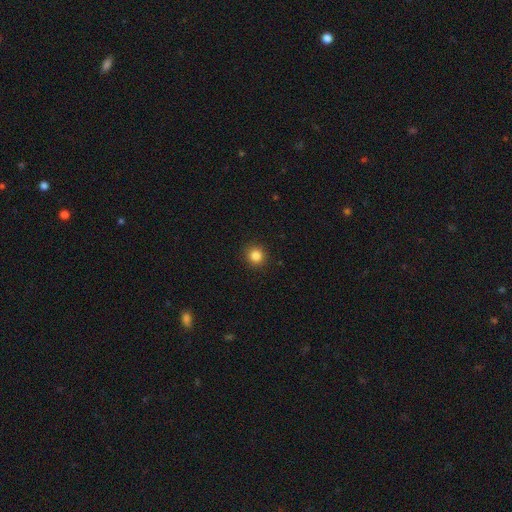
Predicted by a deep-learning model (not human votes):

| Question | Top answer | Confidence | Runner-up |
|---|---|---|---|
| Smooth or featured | smooth | 85% | star or artifact (11%) |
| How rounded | round | 92% | in between (7%) |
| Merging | none | 91% | minor disturbance (6%) |